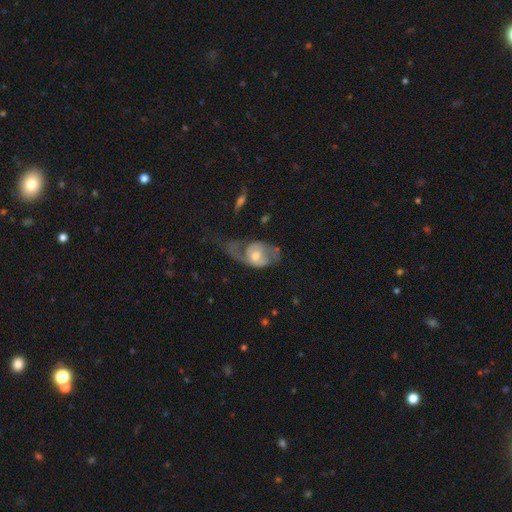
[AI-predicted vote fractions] This appears to be a featured or disk galaxy (62%) with no bar (65%), spiral arms (71%) and a moderate central bulge (60%). Merging: major disturbance (53%).